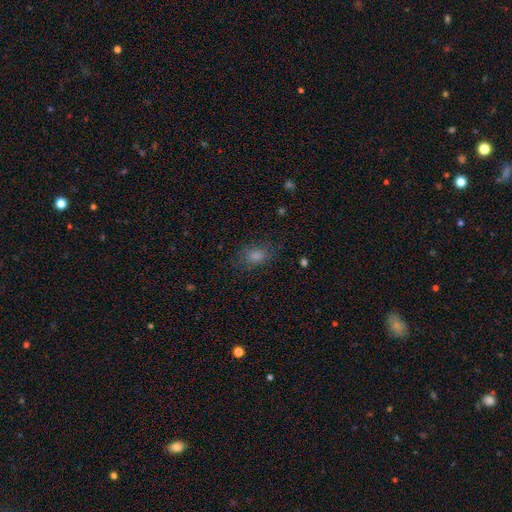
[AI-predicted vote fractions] smooth 67%, star or artifact 22%, featured or disk 11%. Down the decision tree: how rounded — in between (64%); merging — none (77%).